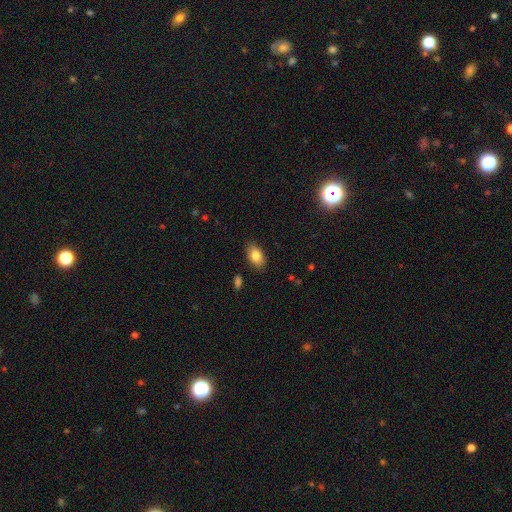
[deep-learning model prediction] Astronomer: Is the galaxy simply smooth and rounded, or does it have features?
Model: smooth — 84%.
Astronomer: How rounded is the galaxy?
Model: in between — 90%.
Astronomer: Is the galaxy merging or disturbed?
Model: none — 86%.